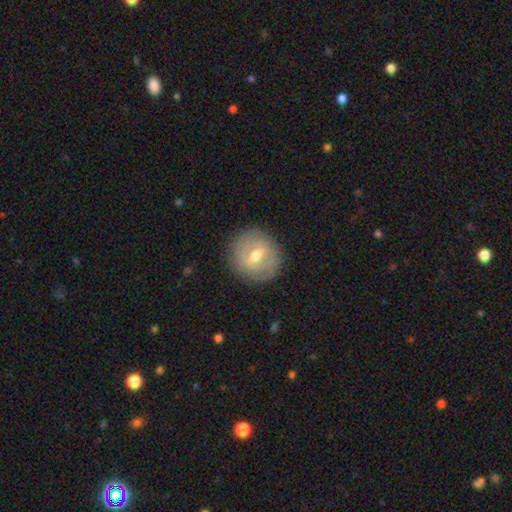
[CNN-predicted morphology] Smooth or featured? featured or disk (50%)
Edge-on disk? no (94%)
Merging? none (86%)